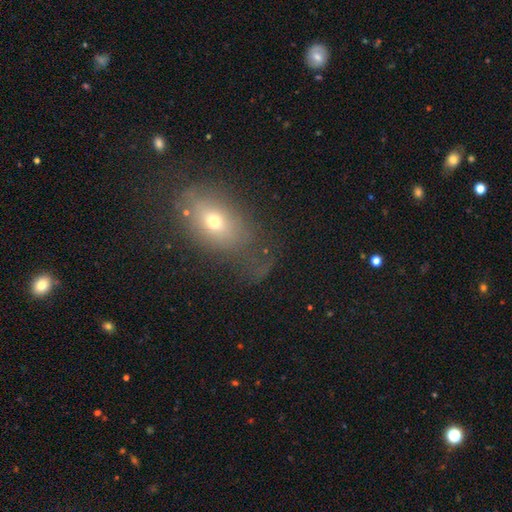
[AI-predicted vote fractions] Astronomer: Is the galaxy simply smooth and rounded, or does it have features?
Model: smooth — 50% (runner-up: featured or disk, 30%).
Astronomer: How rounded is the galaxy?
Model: in between — 79%.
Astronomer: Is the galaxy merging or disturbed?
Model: none — 65%.